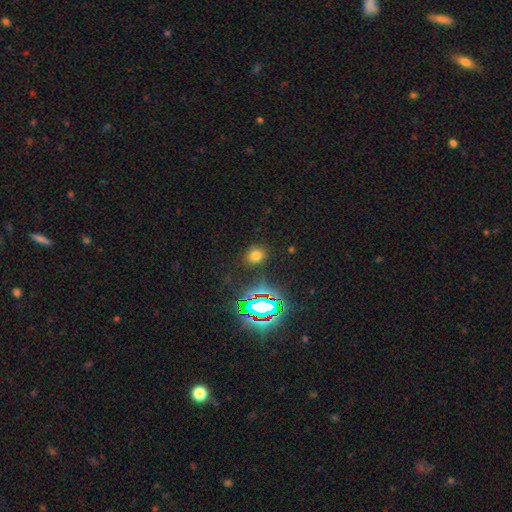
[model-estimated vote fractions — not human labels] This is likely a smooth galaxy (66%). How rounded: likely round (68%). Merging: clearly none (85%).